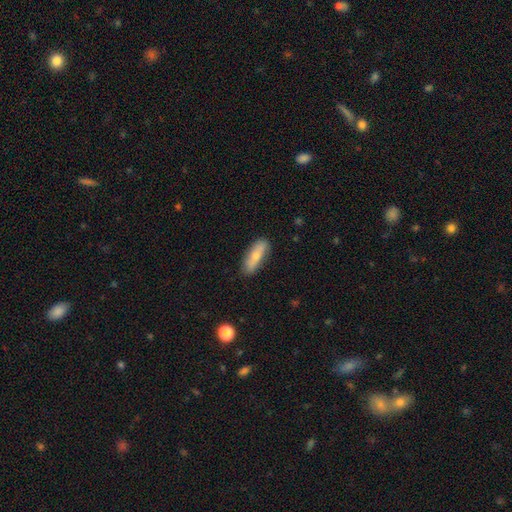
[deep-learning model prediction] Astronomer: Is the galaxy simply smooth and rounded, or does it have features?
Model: smooth — 67%.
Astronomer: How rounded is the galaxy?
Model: in between — 52% (runner-up: cigar-shaped, 45%).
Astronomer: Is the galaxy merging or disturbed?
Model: none — 82%.